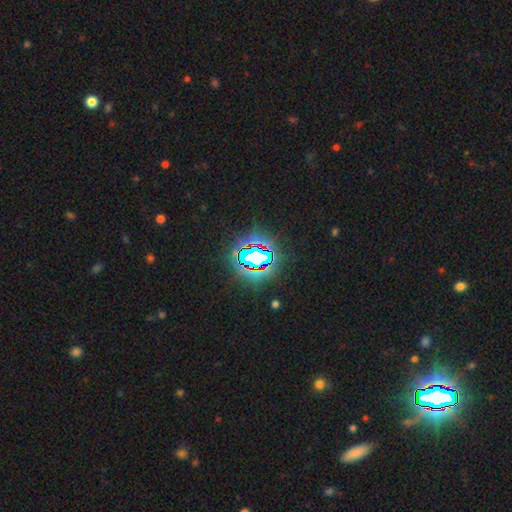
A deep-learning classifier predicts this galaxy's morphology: Smooth or featured?
  - star or artifact: 72% *
  - smooth: 16%
  - featured or disk: 12%